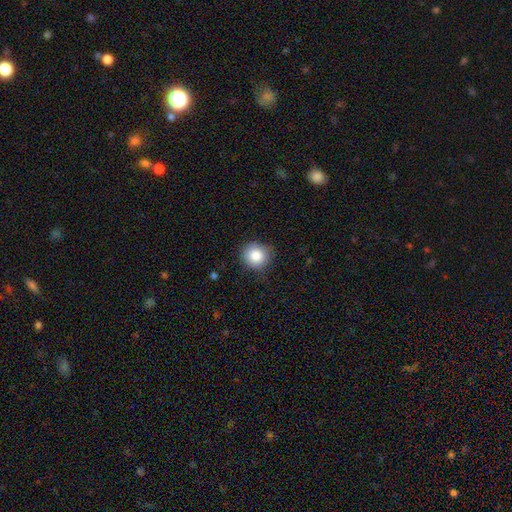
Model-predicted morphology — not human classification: Smooth or featured? Predicted: smooth (p=0.85). How rounded? Predicted: round (p=0.88). Merging? Predicted: none (p=0.82).